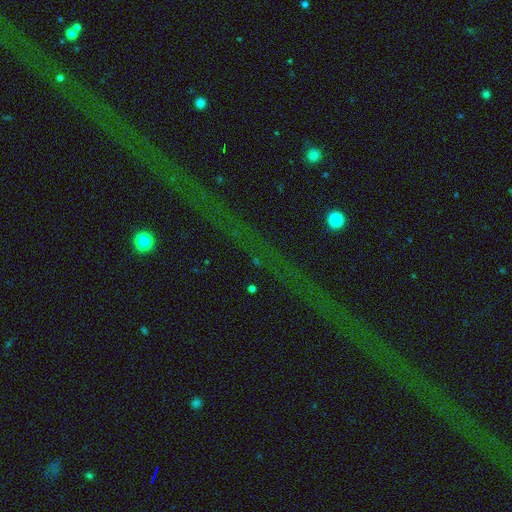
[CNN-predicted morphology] A star or artifact, not a galaxy (78%).

Vote fractions:
- Smooth or featured? star or artifact: 78% / featured or disk: 14% / smooth: 8%